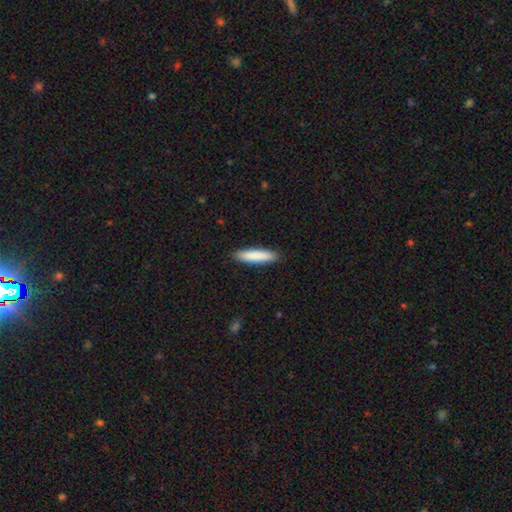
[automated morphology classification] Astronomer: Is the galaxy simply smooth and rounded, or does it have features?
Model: smooth — 85%.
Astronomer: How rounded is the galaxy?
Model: cigar-shaped — 84%.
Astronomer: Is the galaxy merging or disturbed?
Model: none — 91%.